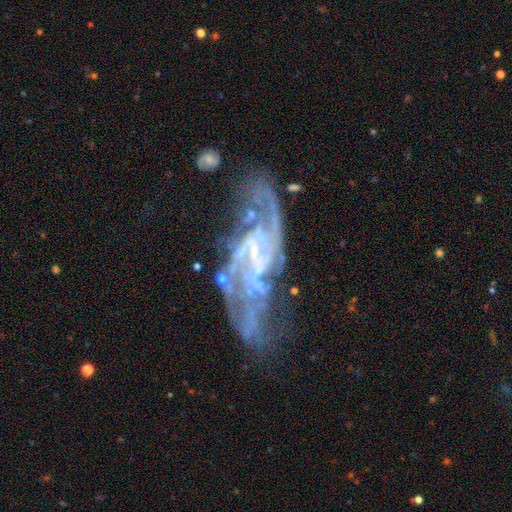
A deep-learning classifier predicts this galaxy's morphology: featured or disk 87%, star or artifact 8%, smooth 5%. Down the decision tree: edge-on disk — no (93%); bar — weak (43%); spiral arms — yes (94%); spiral arm count — 2 (62%); spiral winding — medium (49%); bulge size — small (57%); merging — none (55%).